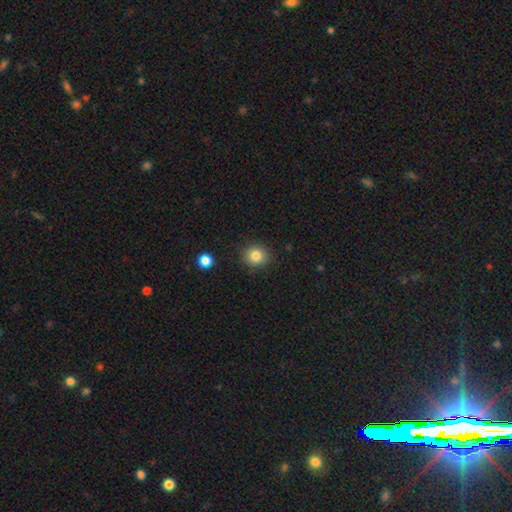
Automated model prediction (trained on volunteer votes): Q: Smooth or featured?
A: smooth (83%); runner-up: star or artifact (11%)
Q: How rounded?
A: round (85%); runner-up: in between (14%)
Q: Merging?
A: none (89%); runner-up: minor disturbance (7%)